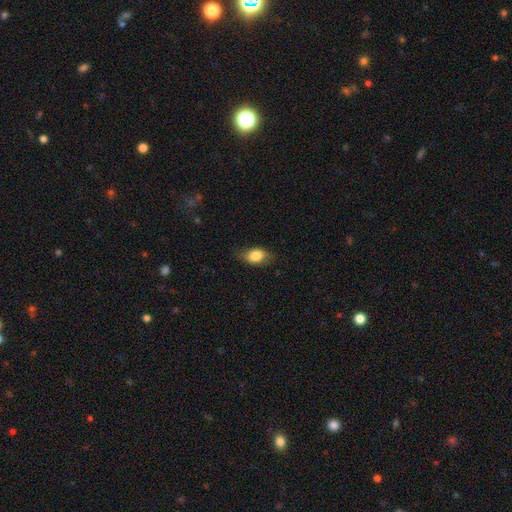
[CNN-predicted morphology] smooth 80%, featured or disk 12%, star or artifact 7%. Down the decision tree: how rounded — in between (84%); merging — none (74%).